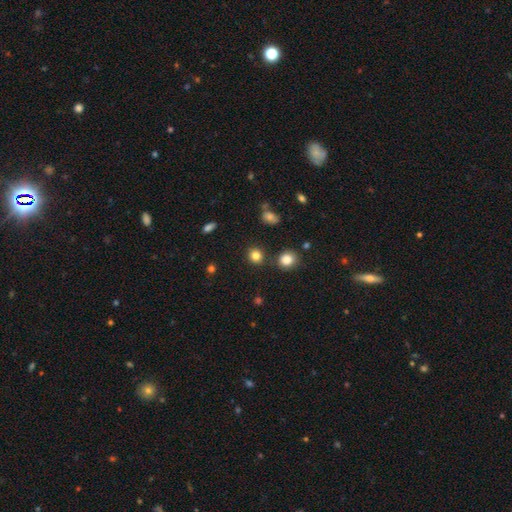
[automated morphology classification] Q: Smooth or featured?
A: smooth (82%); runner-up: star or artifact (13%)
Q: How rounded?
A: round (87%); runner-up: in between (12%)
Q: Merging?
A: none (85%); runner-up: minor disturbance (7%)